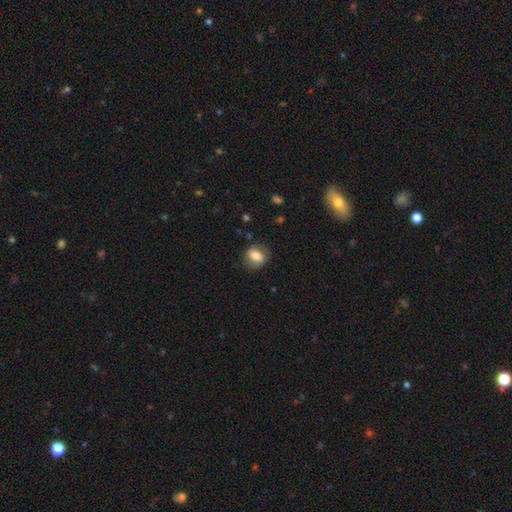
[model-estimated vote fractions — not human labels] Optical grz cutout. It shows a smooth galaxy with no disk features (71%) that is round (52%). Merging: none (78%).